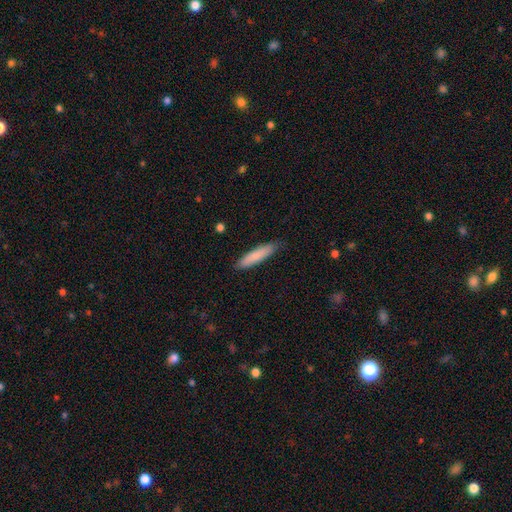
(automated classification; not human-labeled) smooth 81%, featured or disk 14%, star or artifact 5%. Down the decision tree: how rounded — cigar-shaped (81%); merging — none (85%).